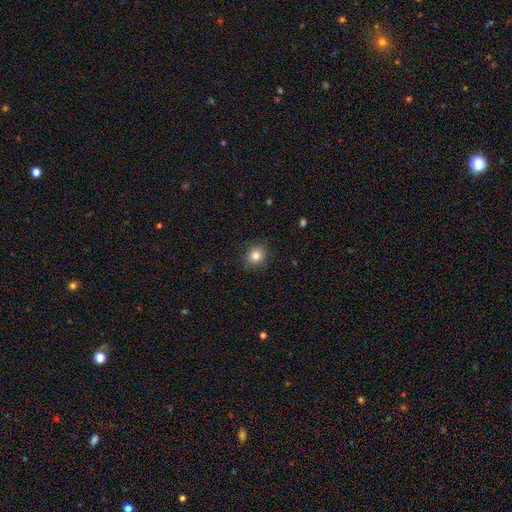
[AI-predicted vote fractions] smooth-or-featured: smooth: 83% | star or artifact: 11% | featured or disk: 6%
  how-rounded: round: 86% | in between: 13% | cigar-shaped: 1%
  merging: none: 87% | minor disturbance: 10% | major disturbance: 3% | merger: 1%